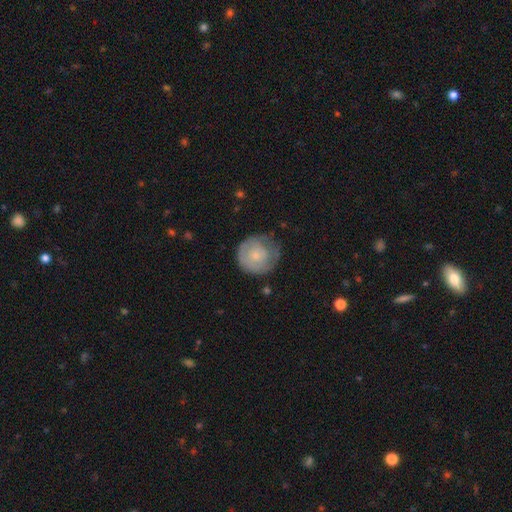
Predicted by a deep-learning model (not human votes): This appears to be a smooth galaxy with no disk features (55%) that is round (90%). Merging: none (59%).